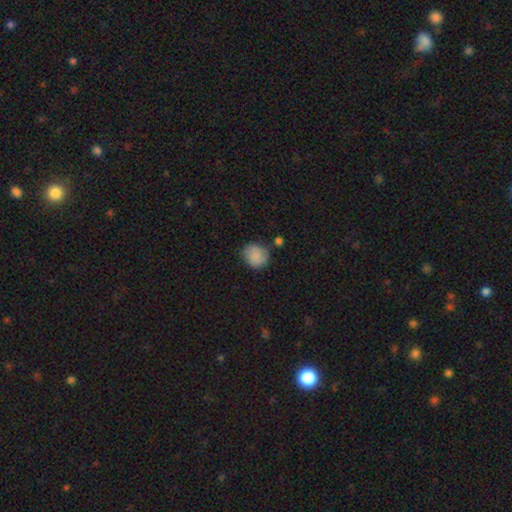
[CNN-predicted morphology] Overall: smooth (83%). How rounded: round (80%). Merging: none (72%).